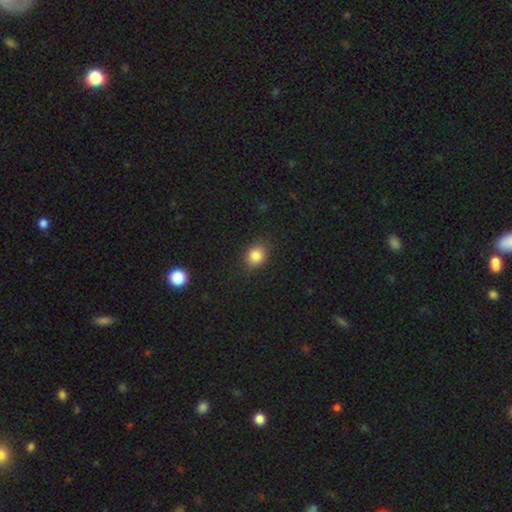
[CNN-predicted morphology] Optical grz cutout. It shows a smooth galaxy with no disk features (84%) that is round (57%). Merging: none (84%).